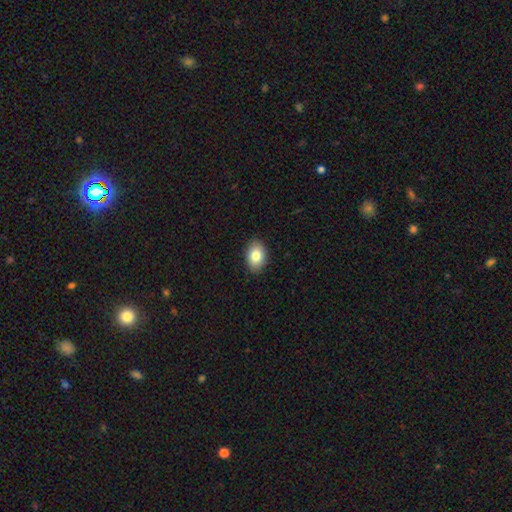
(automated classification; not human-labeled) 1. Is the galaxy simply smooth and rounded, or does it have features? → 82% smooth, 11% featured or disk, 7% star or artifact.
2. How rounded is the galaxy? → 86% in between, 13% round, 1% cigar-shaped.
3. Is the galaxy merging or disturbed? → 89% none, 8% minor disturbance, 2% major disturbance, 1% merger.